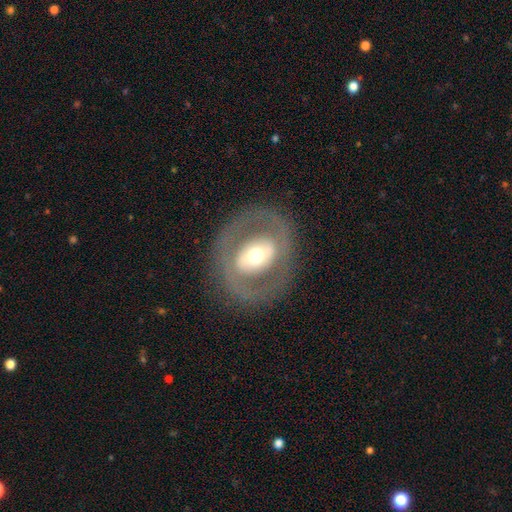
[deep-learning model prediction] Smooth or featured? Predicted: featured or disk (p=0.62). Edge-on disk? Predicted: no (p=0.92). Bar? Predicted: no (p=0.49). Spiral arms? Predicted: no (p=0.82). Bulge size? Predicted: moderate (p=0.61). Merging? Predicted: none (p=0.80).